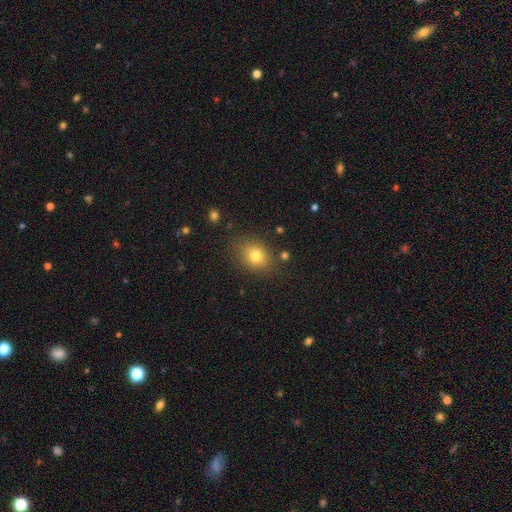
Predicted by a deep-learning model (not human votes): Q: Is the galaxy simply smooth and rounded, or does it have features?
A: smooth — 78%.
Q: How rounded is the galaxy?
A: in between — 56%.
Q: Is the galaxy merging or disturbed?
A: none — 82%.